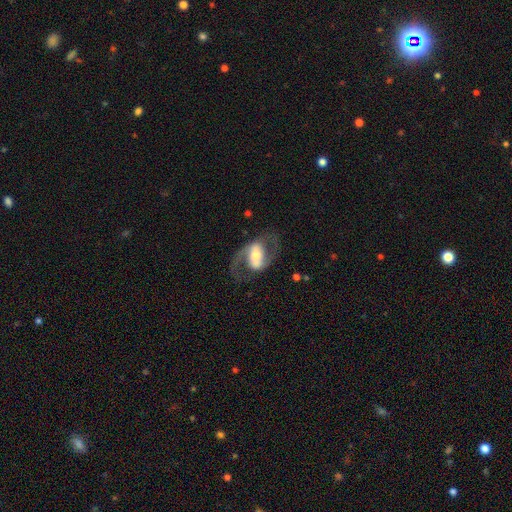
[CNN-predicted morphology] featured or disk 83%, smooth 12%, star or artifact 5%. Down the decision tree: edge-on disk — no (96%); bar — strong (47%); spiral arms — yes (90%); spiral arm count — 2 (91%); spiral winding — medium (54%); bulge size — moderate (54%); merging — none (72%).